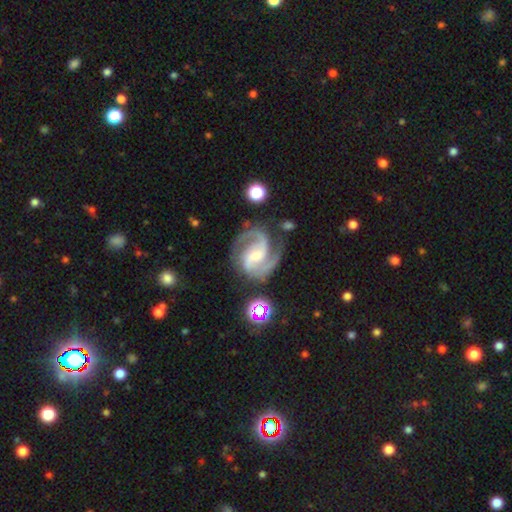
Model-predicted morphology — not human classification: featured or disk 92%, star or artifact 5%, smooth 3%. Down the decision tree: edge-on disk — no (98%); bar — weak (45%); spiral arms — yes (98%); spiral arm count — 2 (81%); spiral winding — medium (62%); bulge size — small (52%); merging — none (72%).